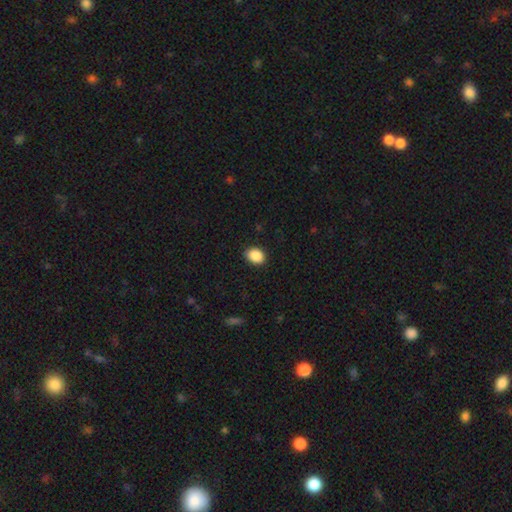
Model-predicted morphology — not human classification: This appears to be a smooth galaxy with no disk features (89%) that is in between round and cigar-shaped (69%). Merging: none (87%).